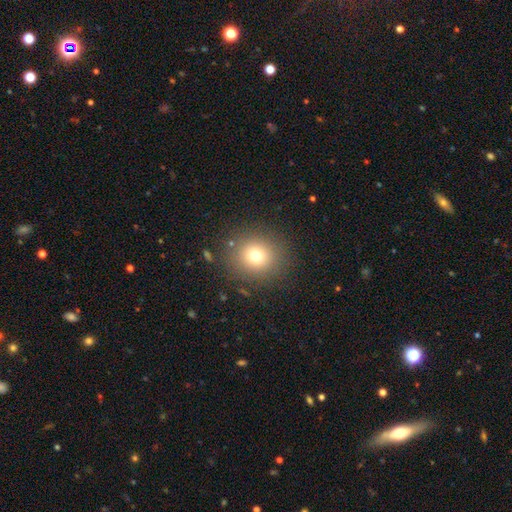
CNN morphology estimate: smooth-or-featured: smooth: 74% | star or artifact: 15% | featured or disk: 11%
  how-rounded: round: 88% | in between: 12% | cigar-shaped: 1%
  merging: none: 86% | minor disturbance: 8% | major disturbance: 4% | merger: 2%